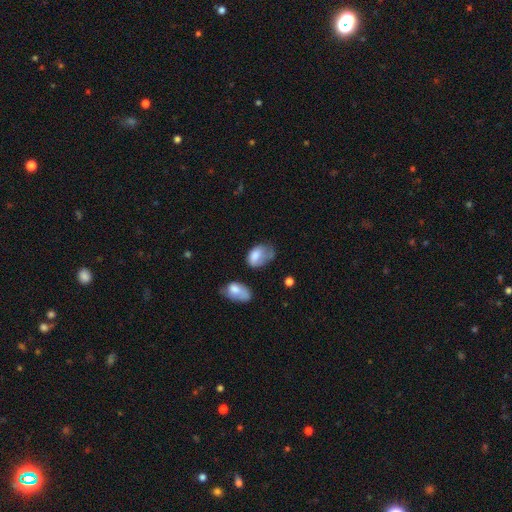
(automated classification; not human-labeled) Smooth or featured?
  - smooth: 74% *
  - featured or disk: 18%
  - star or artifact: 8%
How rounded?
  - in between: 85% *
  - round: 14%
  - cigar-shaped: 1%
Merging?
  - minor disturbance: 36% *
  - major disturbance: 32%
  - none: 25%
  - merger: 7%